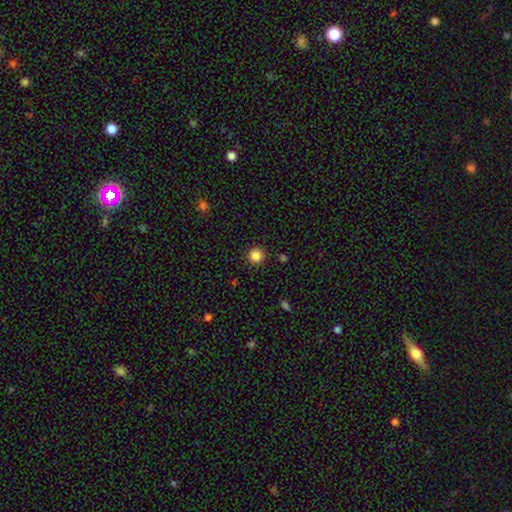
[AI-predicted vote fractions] smooth_or_featured: smooth (p=0.85) [alt: star or artifact p=0.11]
how_rounded: round (p=0.95) [alt: in between p=0.04]
merging: none (p=0.93) [alt: minor disturbance p=0.04]